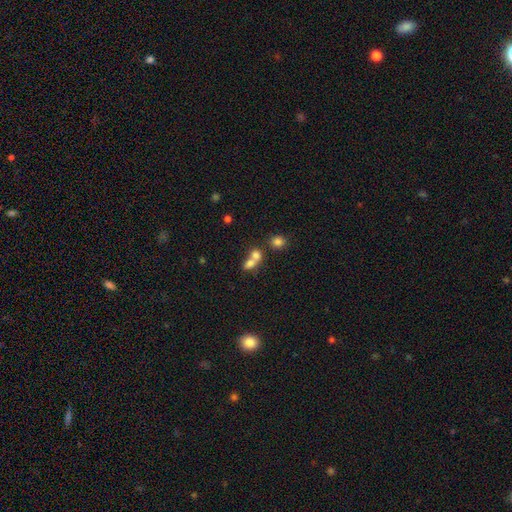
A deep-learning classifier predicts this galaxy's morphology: This is likely a smooth galaxy (73%). How rounded: possibly in between (50%). Merging: likely merger (64%).